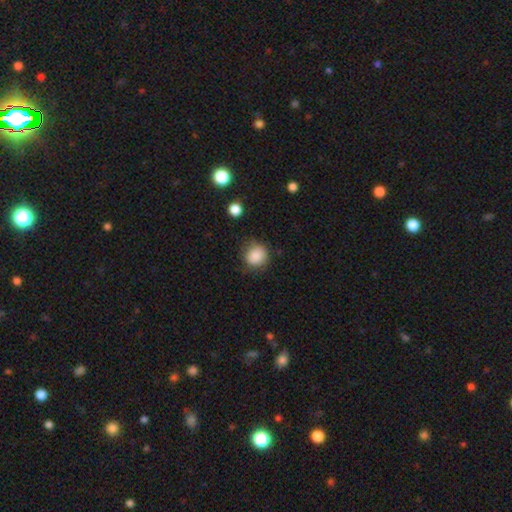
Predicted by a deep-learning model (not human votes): smooth_or_featured: smooth (p=0.87) [alt: star or artifact p=0.09]
how_rounded: round (p=0.84) [alt: in between p=0.15]
merging: none (p=0.75) [alt: minor disturbance p=0.18]